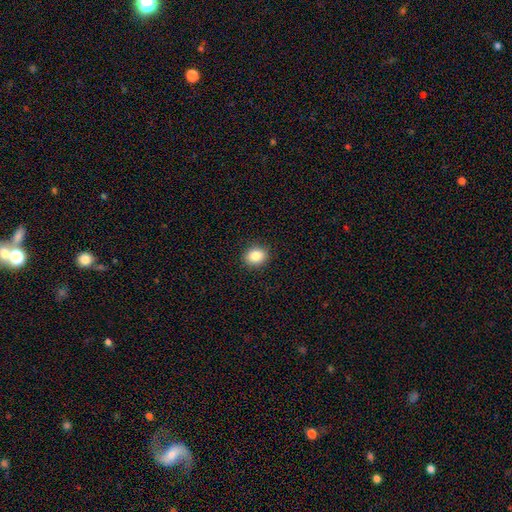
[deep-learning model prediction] Smooth or featured: smooth — 86% (star or artifact — 9%)
How rounded: round — 55% (in between — 44%)
Merging: none — 90% (minor disturbance — 7%)